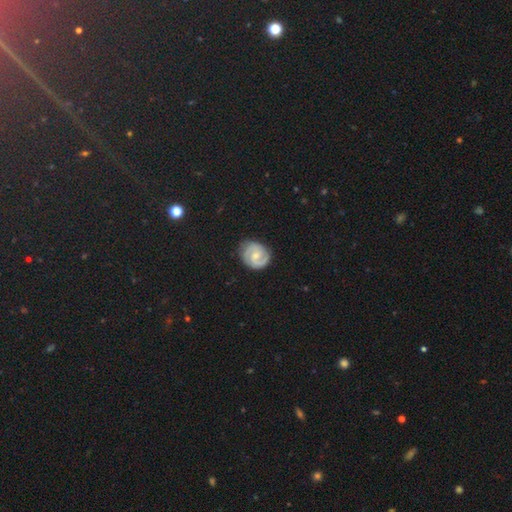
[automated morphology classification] Smooth or featured?
  - featured or disk: 83% *
  - smooth: 12%
  - star or artifact: 5%
Edge-on disk?
  - no: 98% *
  - yes: 2%
Bar?
  - no: 49% *
  - weak: 43%
  - strong: 8%
Spiral arms?
  - yes: 96% *
  - no: 4%
Spiral winding?
  - tight: 54% *
  - medium: 38%
  - loose: 8%
Spiral arm count?
  - 2: 88% *
  - can't tell: 5%
  - 3: 3%
  - 1: 2%
  - 4: 1%
  - more than 4: 1%
Bulge size?
  - small: 48% *
  - moderate: 45%
  - none: 4%
  - large: 2%
  - dominant: 1%
Merging?
  - none: 81% *
  - minor disturbance: 15%
  - major disturbance: 4%
  - merger: 1%